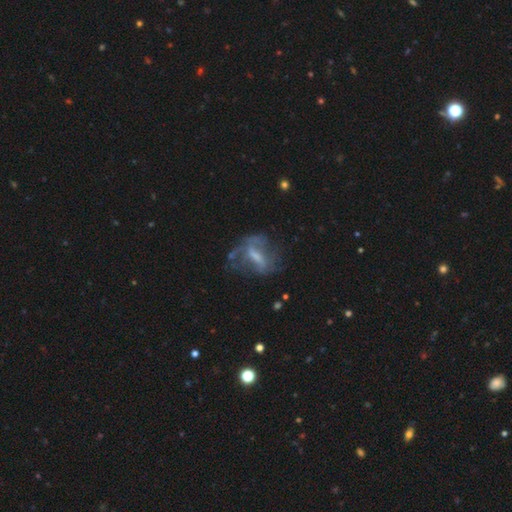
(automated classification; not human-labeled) Smooth or featured?
  - featured or disk: 62% *
  - smooth: 27%
  - star or artifact: 11%
Edge-on disk?
  - no: 90% *
  - yes: 10%
Bar?
  - strong: 40% *
  - weak: 37%
  - no: 23%
Spiral arms?
  - no: 52% *
  - yes: 48%
Bulge size?
  - moderate: 33% *
  - none: 30%
  - small: 28%
  - large: 8%
  - dominant: 1%
Merging?
  - none: 44% *
  - major disturbance: 30%
  - minor disturbance: 22%
  - merger: 4%